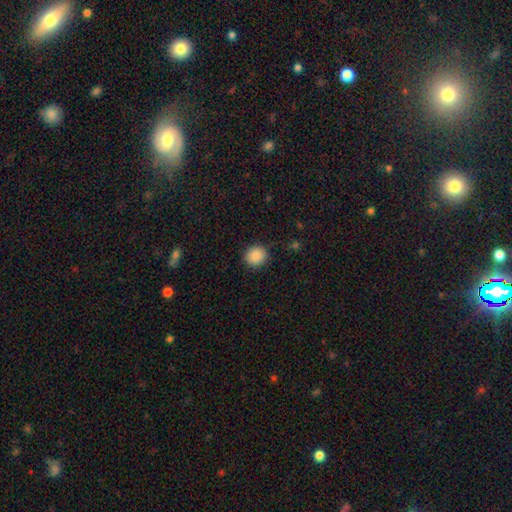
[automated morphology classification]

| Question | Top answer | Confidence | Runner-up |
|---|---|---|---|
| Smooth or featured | smooth | 89% | star or artifact (9%) |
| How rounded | round | 82% | in between (18%) |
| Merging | none | 87% | minor disturbance (9%) |